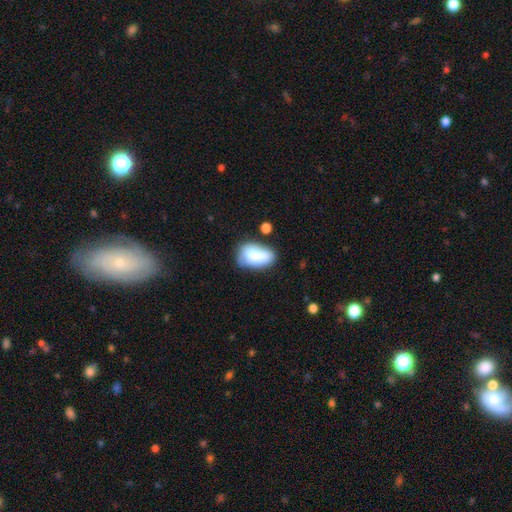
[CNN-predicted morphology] Q: Smooth or featured?
A: smooth (77%); runner-up: featured or disk (15%)
Q: How rounded?
A: in between (91%); runner-up: round (7%)
Q: Merging?
A: none (48%); runner-up: minor disturbance (30%)